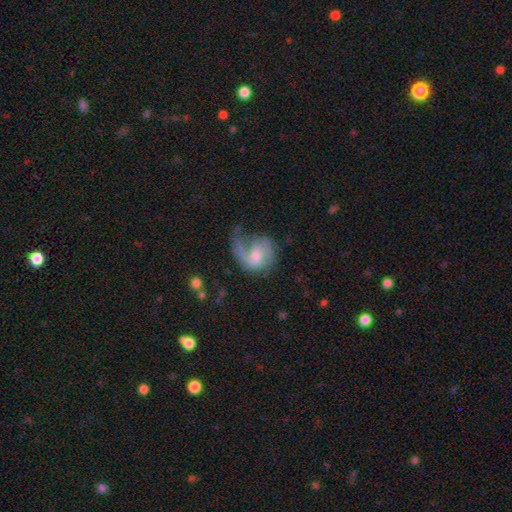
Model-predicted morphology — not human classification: A featured or disk galaxy (63%) with no bar (52%), 1 (64%) loose (42%) spiral arms (83%) and a moderate central bulge (46%).

Vote fractions:
- Smooth or featured? featured or disk: 63% / smooth: 30% / star or artifact: 8%
- Edge-on disk? no: 97% / yes: 3%
- Bar? no: 52% / weak: 40% / strong: 8%
- Spiral arms? yes: 83% / no: 17%
- Spiral winding? loose: 42% / medium: 39% / tight: 19%
- Spiral arm count? 1: 64% / 2: 24% / can't tell: 9% / 3: 2% / 4: 1% / more than 4: 1%
- Bulge size? moderate: 46% / small: 30% / none: 12% / large: 11% / dominant: 2%
- Merging? major disturbance: 41% / none: 33% / minor disturbance: 22% / merger: 4%